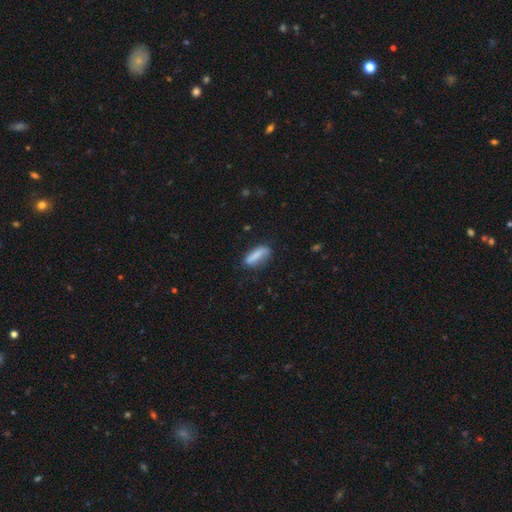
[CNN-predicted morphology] Smooth or featured?
  - smooth: 76% *
  - featured or disk: 17%
  - star or artifact: 7%
How rounded?
  - cigar-shaped: 53% *
  - in between: 44%
  - round: 3%
Merging?
  - none: 71% *
  - minor disturbance: 20%
  - major disturbance: 6%
  - merger: 2%